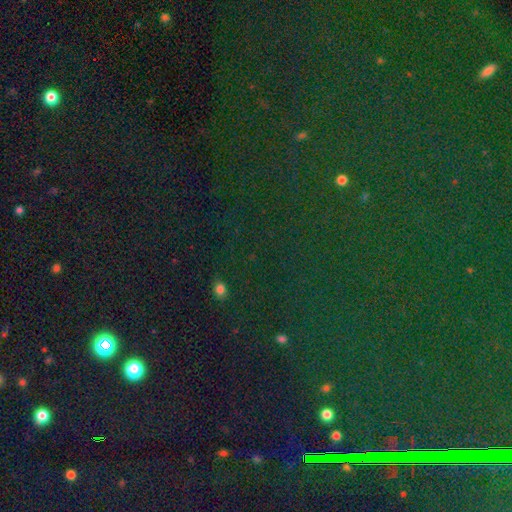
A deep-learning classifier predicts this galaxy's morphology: Smooth or featured?
  - star or artifact: 78% *
  - smooth: 15%
  - featured or disk: 8%